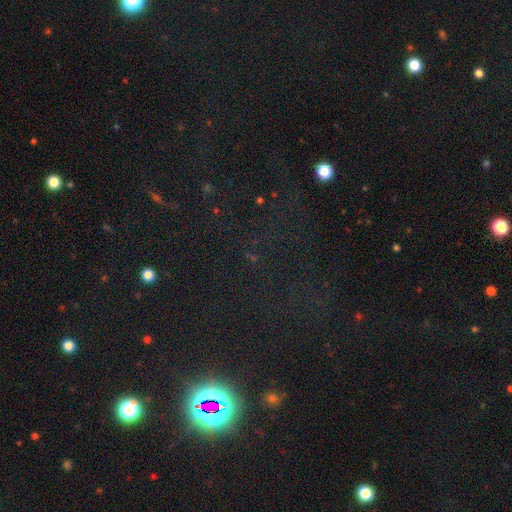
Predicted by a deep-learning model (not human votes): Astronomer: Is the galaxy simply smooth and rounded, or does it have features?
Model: star or artifact — 75%.